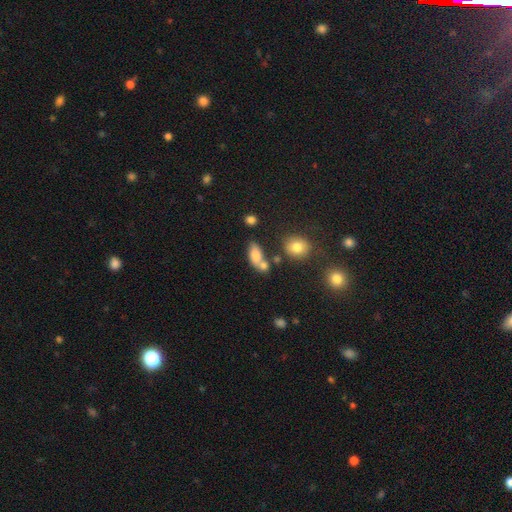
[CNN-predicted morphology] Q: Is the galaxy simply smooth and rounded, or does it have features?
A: smooth — 73%.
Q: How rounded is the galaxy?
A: in between — 82%.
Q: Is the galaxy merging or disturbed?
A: none — 41%.